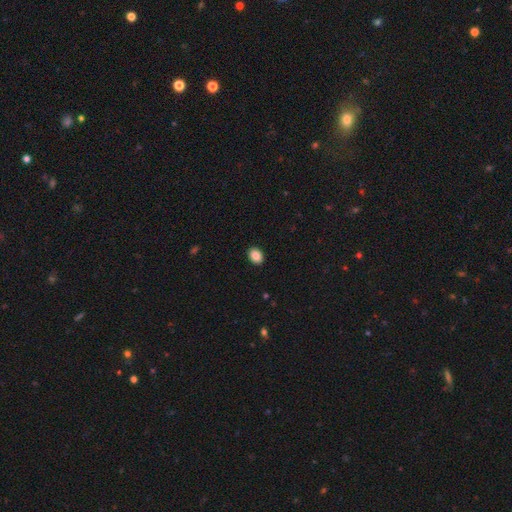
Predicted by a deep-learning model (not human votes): Smooth or featured: smooth — 87% (star or artifact — 8%)
How rounded: in between — 68% (round — 31%)
Merging: none — 92% (minor disturbance — 6%)